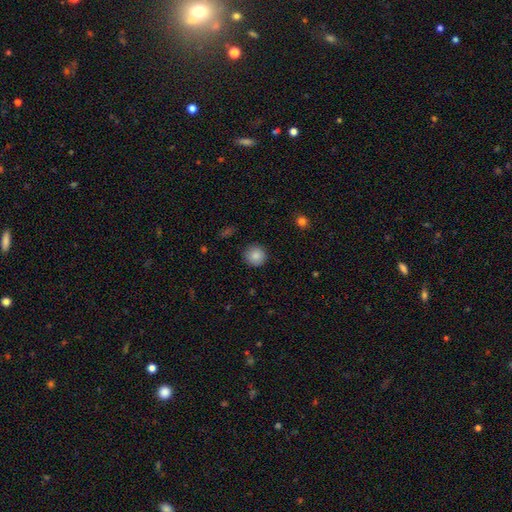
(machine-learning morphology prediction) smooth 87%, star or artifact 8%, featured or disk 5%. Down the decision tree: how rounded — round (95%); merging — none (90%).